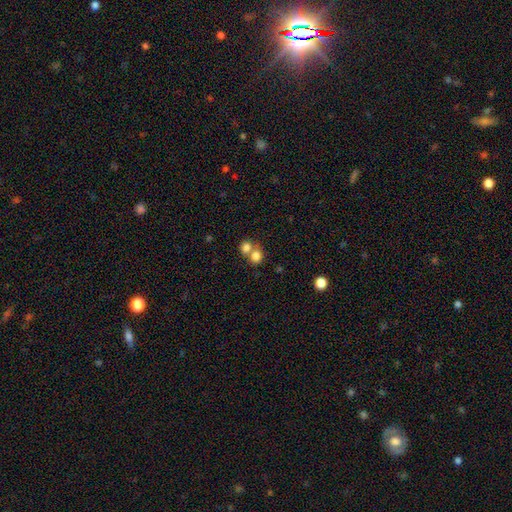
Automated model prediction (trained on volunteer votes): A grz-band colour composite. It shows a smooth galaxy with no disk features (79%) that is round (69%). Merging: merger (58%).